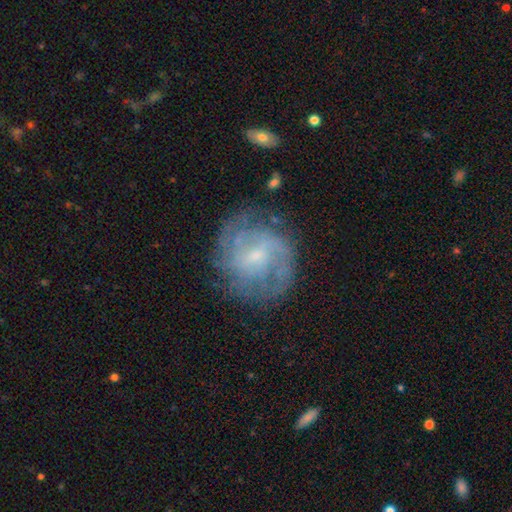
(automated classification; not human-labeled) A featured or disk galaxy (77%) with a weak bar (56%), tight (44%) spiral arms (89%) and a small central bulge (64%).

Vote fractions:
- Smooth or featured? featured or disk: 77% / smooth: 16% / star or artifact: 8%
- Edge-on disk? no: 98% / yes: 2%
- Bar? weak: 56% / no: 33% / strong: 11%
- Spiral arms? yes: 89% / no: 11%
- Spiral winding? tight: 44% / medium: 39% / loose: 16%
- Spiral arm count? can't tell: 37% / 2: 32% / 3: 15% / 4: 7% / 1: 5% / more than 4: 4%
- Bulge size? small: 64% / moderate: 25% / none: 8% / large: 2% / dominant: 1%
- Merging? none: 72% / minor disturbance: 17% / major disturbance: 9% / merger: 2%